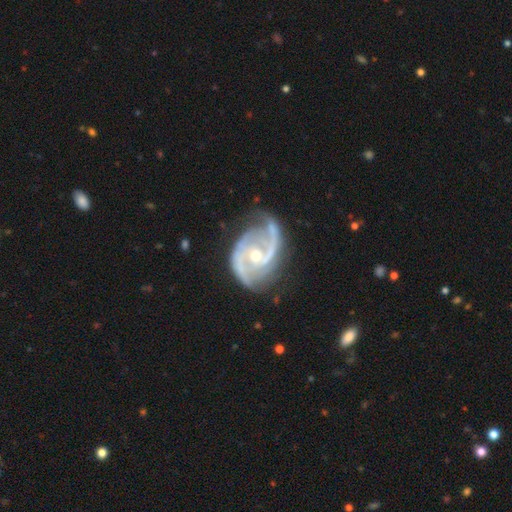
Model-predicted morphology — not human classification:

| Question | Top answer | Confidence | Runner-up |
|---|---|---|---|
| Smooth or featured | featured or disk | 91% | star or artifact (5%) |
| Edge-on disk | no | 98% | yes (2%) |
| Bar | no | 57% | weak (32%) |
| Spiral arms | yes | 97% | no (3%) |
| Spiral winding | medium | 49% | tight (34%) |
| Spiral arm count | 2 | 75% | 3 (10%) |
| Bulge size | moderate | 56% | small (40%) |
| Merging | none | 61% | minor disturbance (25%) |